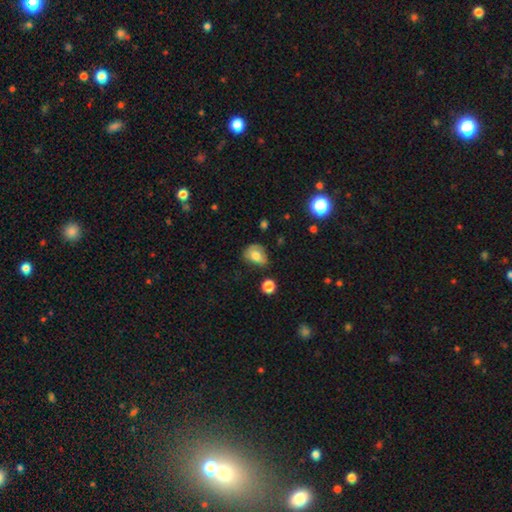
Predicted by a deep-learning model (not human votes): This appears to be a smooth galaxy with no disk features (74%) that is in between round and cigar-shaped (64%). Merging: none (40%).